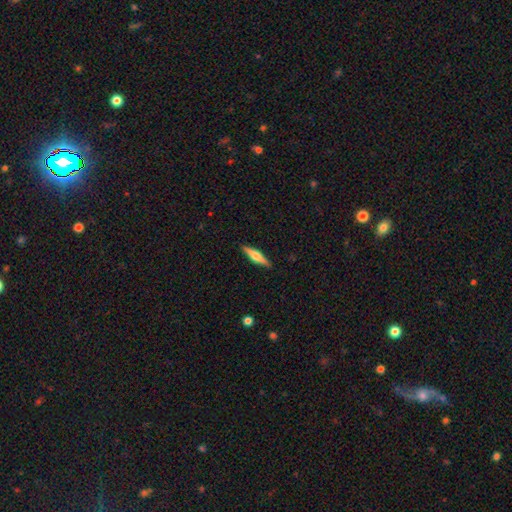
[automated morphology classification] type=featured or disk (61%); edge-on=yes (97%); edge-on bulge=rounded (90%); merging=none (91%).